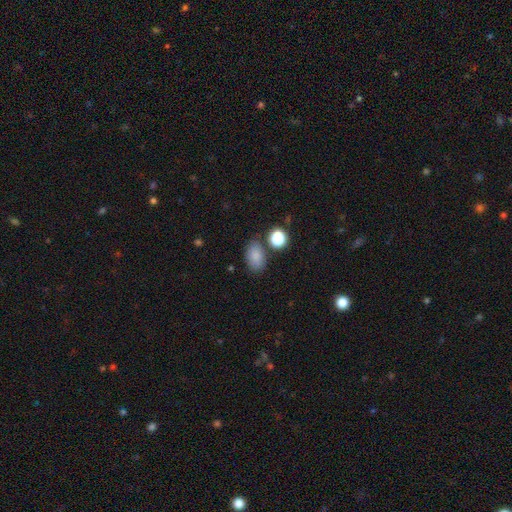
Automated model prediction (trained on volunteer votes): The model was most divided on "merging": none: 72%, minor disturbance: 16%, merger: 8%, major disturbance: 4%. More confident: how rounded — in between (86%); smooth or featured — smooth (83%).